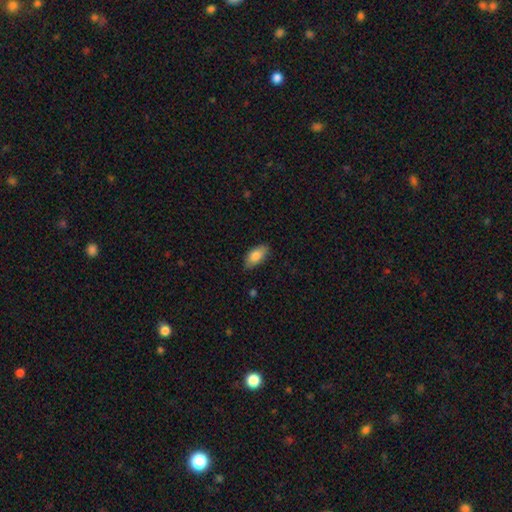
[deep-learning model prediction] A smooth galaxy with no disk features (81%) that is in between round and cigar-shaped (89%). Merging: none (84%).